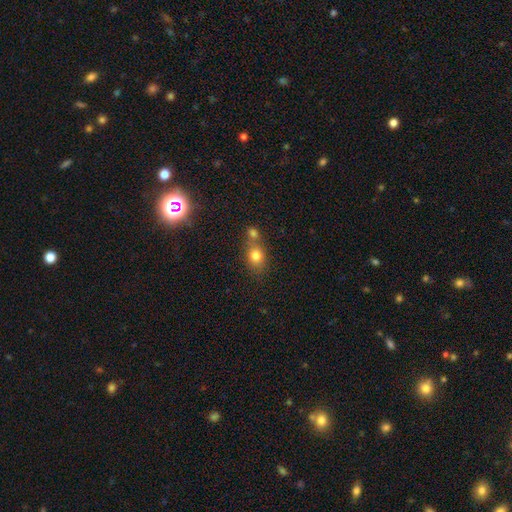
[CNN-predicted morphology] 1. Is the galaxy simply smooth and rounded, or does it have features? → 79% smooth, 11% star or artifact, 10% featured or disk.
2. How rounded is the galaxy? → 53% round, 45% in between, 2% cigar-shaped.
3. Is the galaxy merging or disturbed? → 46% none, 39% merger, 11% minor disturbance, 4% major disturbance.